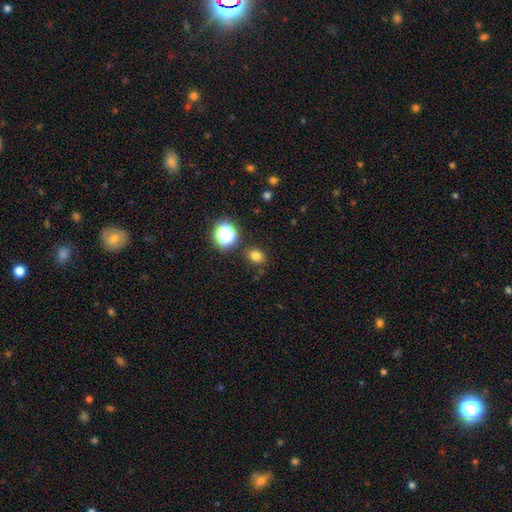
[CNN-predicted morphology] Q: Smooth or featured?
A: smooth (77%); runner-up: star or artifact (17%)
Q: How rounded?
A: round (52%); runner-up: in between (47%)
Q: Merging?
A: none (86%); runner-up: minor disturbance (9%)